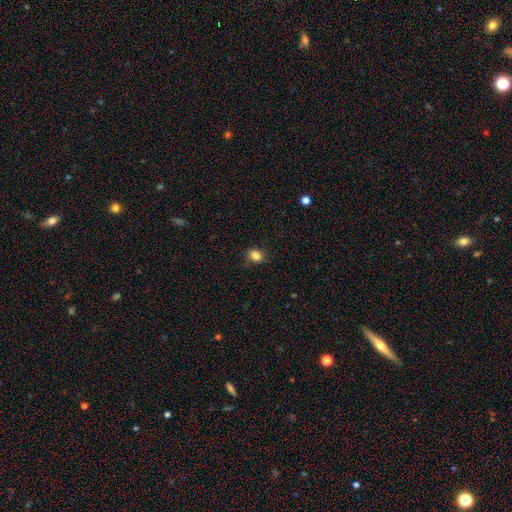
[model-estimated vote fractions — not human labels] A smooth galaxy with no disk features (85%) that is in between round and cigar-shaped (57%).

Vote fractions:
- Smooth or featured? smooth: 85% / star or artifact: 11% / featured or disk: 5%
- How rounded? in between: 57% / round: 42% / cigar-shaped: 1%
- Merging? none: 82% / minor disturbance: 14% / major disturbance: 3% / merger: 1%